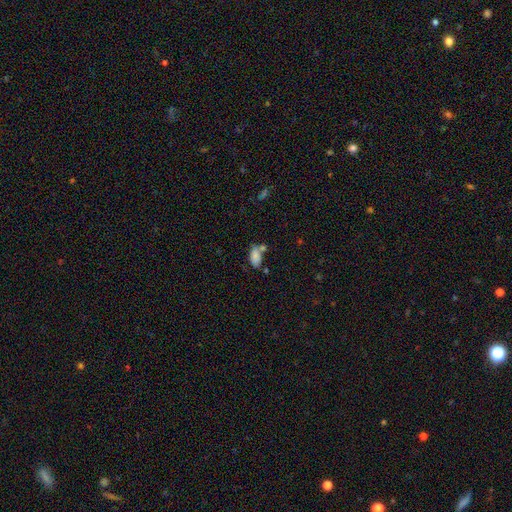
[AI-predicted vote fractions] Smooth or featured: smooth — 80% (featured or disk — 12%)
How rounded: in between — 93% (round — 4%)
Merging: none — 47% (merger — 26%)